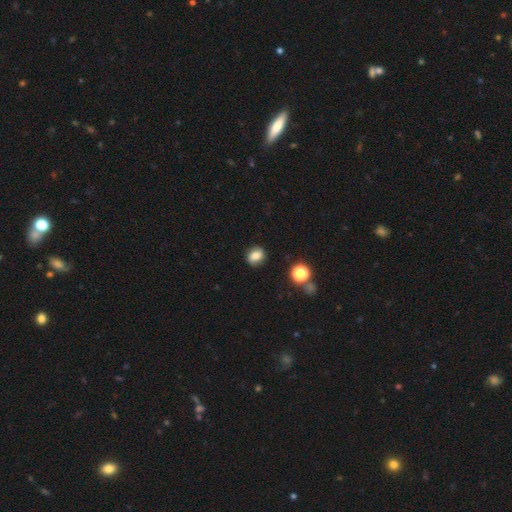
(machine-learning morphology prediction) A smooth galaxy with no disk features (76%) that is round (52%). Merging: none (85%).